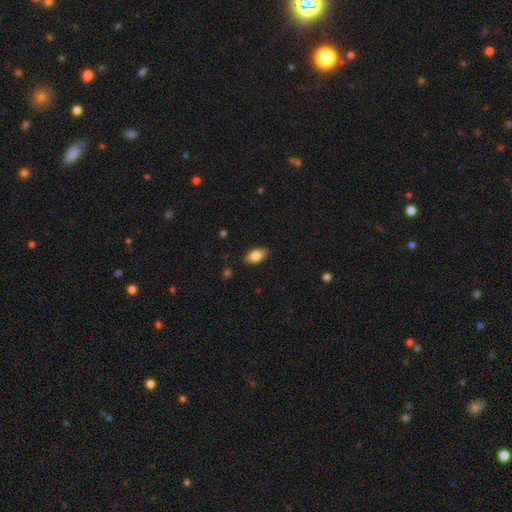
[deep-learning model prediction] Smooth or featured? smooth (82%)
How rounded? in between (91%)
Merging? none (87%)